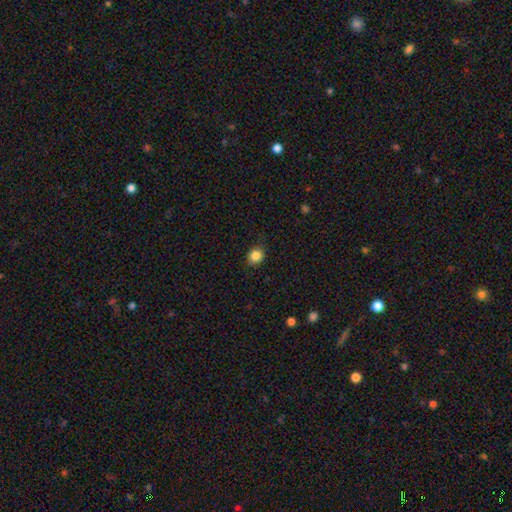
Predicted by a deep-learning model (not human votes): Smooth or featured?
  - smooth: 85% *
  - star or artifact: 11%
  - featured or disk: 4%
How rounded?
  - round: 77% *
  - in between: 22%
  - cigar-shaped: 1%
Merging?
  - none: 86% *
  - minor disturbance: 11%
  - major disturbance: 3%
  - merger: 1%